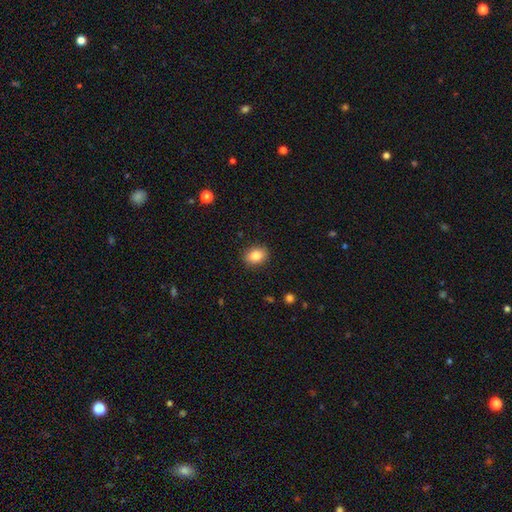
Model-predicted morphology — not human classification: Overall: smooth (86%). How rounded: in between (64%; round 35%). Merging: none (88%).